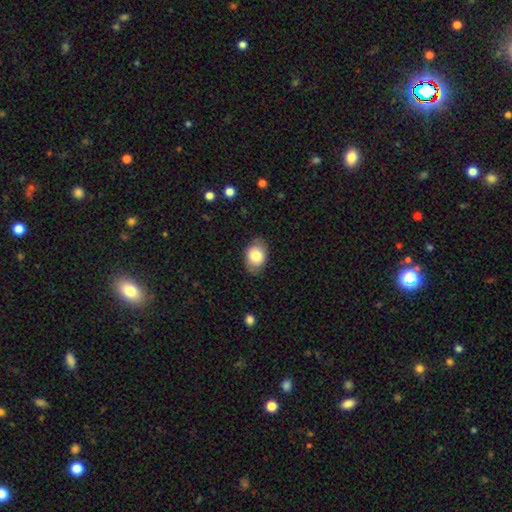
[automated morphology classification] smooth_or_featured: smooth (p=0.81) [alt: featured or disk p=0.12]
how_rounded: in between (p=0.79) [alt: round p=0.19]
merging: none (p=0.83) [alt: minor disturbance p=0.13]